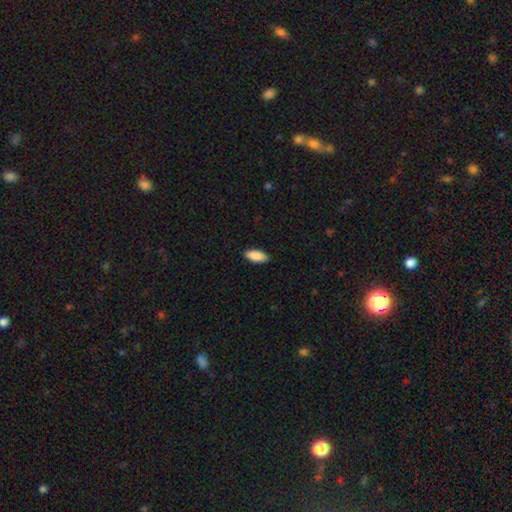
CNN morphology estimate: This is clearly a smooth galaxy (90%). How rounded: clearly in between (87%). Merging: clearly none (90%).